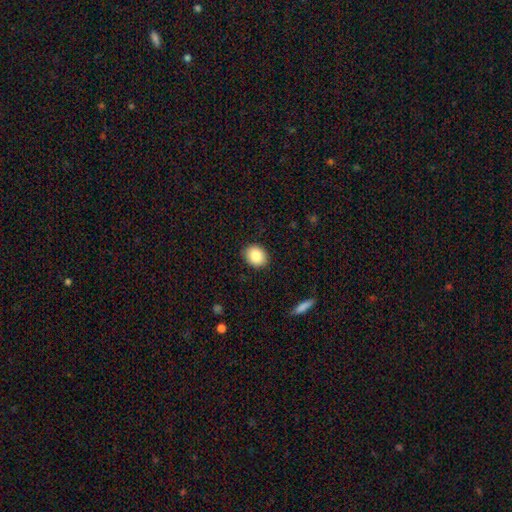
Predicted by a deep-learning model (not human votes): A smooth galaxy with no disk features (86%) that is in between round and cigar-shaped (53%).

Vote fractions:
- Smooth or featured? smooth: 86% / star or artifact: 8% / featured or disk: 6%
- How rounded? in between: 53% / round: 46% / cigar-shaped: 1%
- Merging? none: 88% / minor disturbance: 9% / major disturbance: 2% / merger: 1%